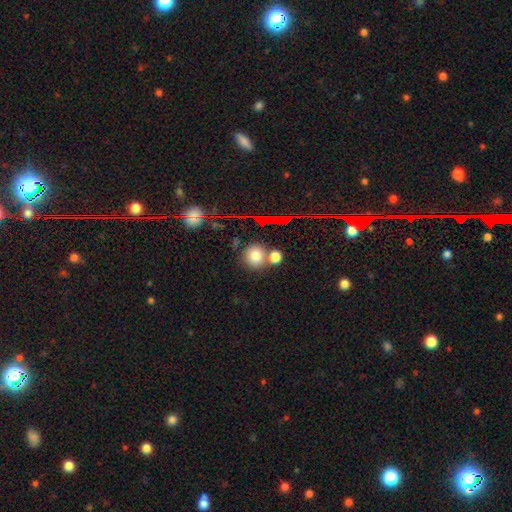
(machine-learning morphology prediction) Smooth or featured? smooth (75%)
How rounded? round (81%)
Merging? none (64%)